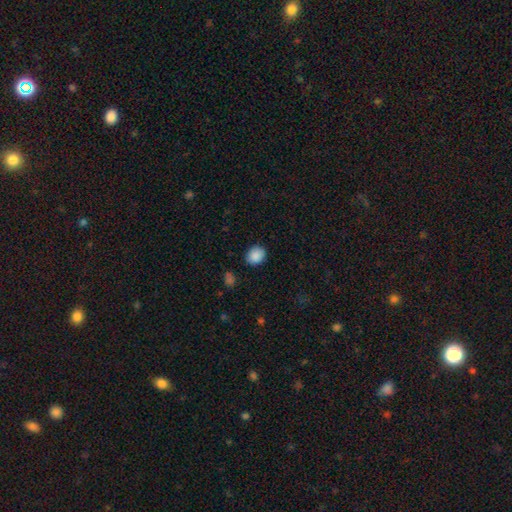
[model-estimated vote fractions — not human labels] A smooth galaxy with no disk features (89%) that is round (58%).

Vote fractions:
- Smooth or featured? smooth: 89% / star or artifact: 8% / featured or disk: 3%
- How rounded? round: 58% / in between: 41% / cigar-shaped: 1%
- Merging? none: 84% / minor disturbance: 11% / major disturbance: 3% / merger: 2%